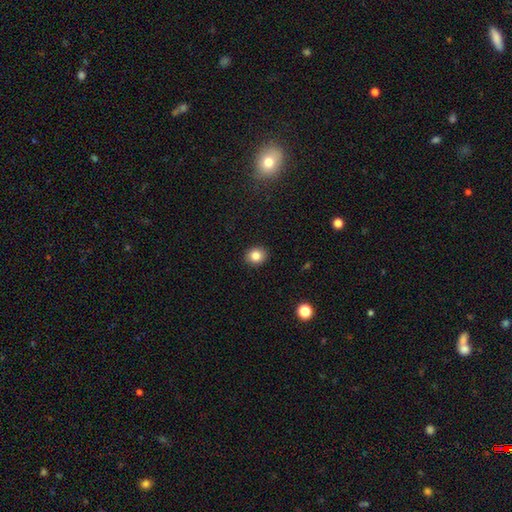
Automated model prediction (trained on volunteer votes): A smooth galaxy with no disk features (83%) that is round (68%). Merging: none (90%).